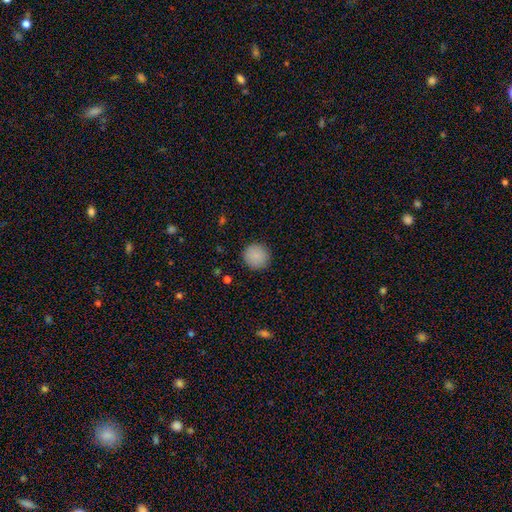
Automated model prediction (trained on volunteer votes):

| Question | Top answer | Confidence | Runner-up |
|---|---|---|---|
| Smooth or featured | smooth | 89% | star or artifact (8%) |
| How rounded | round | 95% | in between (4%) |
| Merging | none | 90% | minor disturbance (7%) |